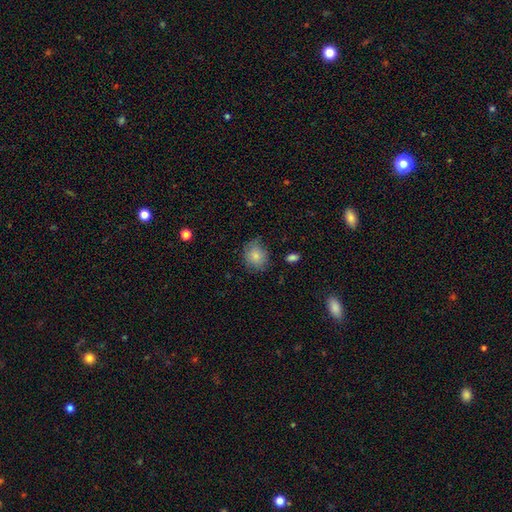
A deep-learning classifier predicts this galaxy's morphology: smooth 81%, featured or disk 11%, star or artifact 8%. Down the decision tree: how rounded — round (67%); merging — none (67%).